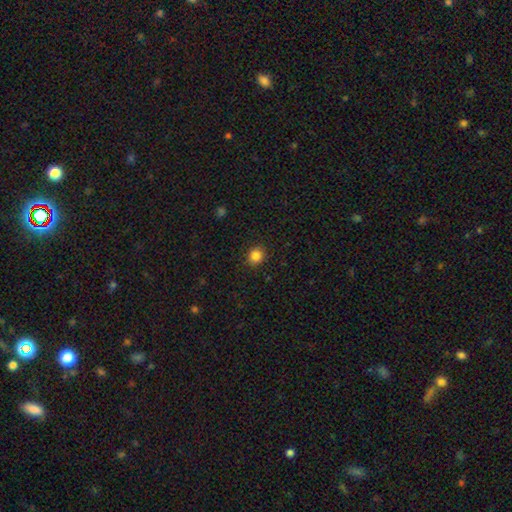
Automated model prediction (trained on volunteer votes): Morphology: type=smooth (85%); roundness=round (84%); merging=none (90%).